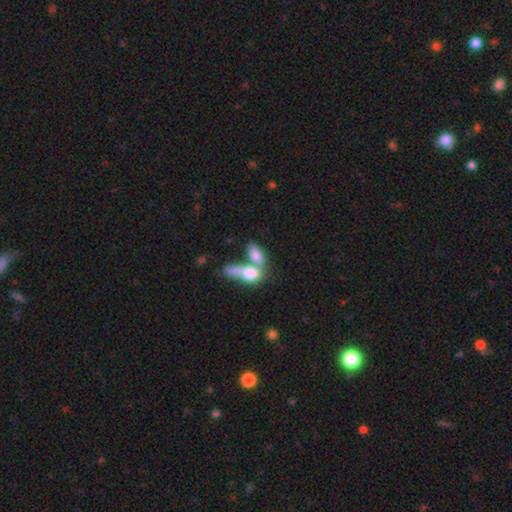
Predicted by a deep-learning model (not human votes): Q: Smooth or featured?
A: smooth (74%); runner-up: featured or disk (19%)
Q: How rounded?
A: in between (78%); runner-up: cigar-shaped (14%)
Q: Merging?
A: merger (66%); runner-up: none (19%)